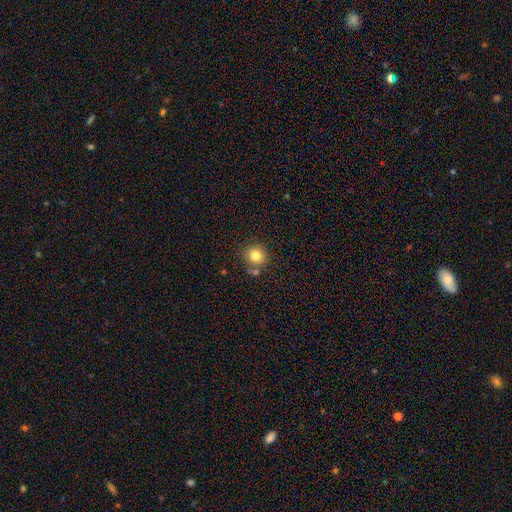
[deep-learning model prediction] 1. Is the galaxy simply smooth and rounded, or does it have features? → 82% smooth, 11% star or artifact, 7% featured or disk.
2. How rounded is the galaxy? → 87% round, 12% in between, 1% cigar-shaped.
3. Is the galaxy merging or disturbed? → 75% none, 11% minor disturbance, 11% merger, 3% major disturbance.